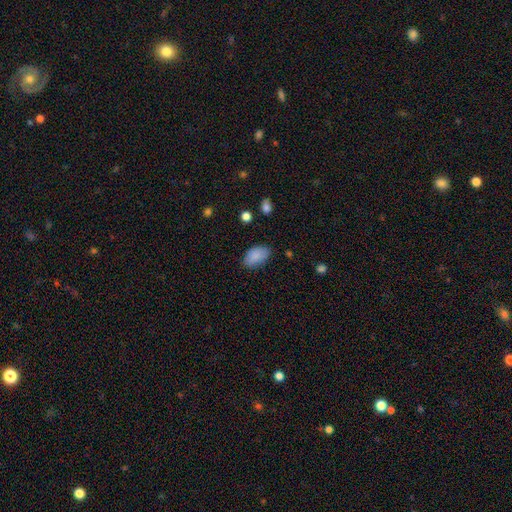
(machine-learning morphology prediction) A smooth galaxy with no disk features (88%) that is in between round and cigar-shaped (93%).

Vote fractions:
- Smooth or featured? smooth: 88% / star or artifact: 7% / featured or disk: 5%
- How rounded? in between: 93% / round: 5% / cigar-shaped: 2%
- Merging? none: 79% / minor disturbance: 16% / major disturbance: 3% / merger: 1%